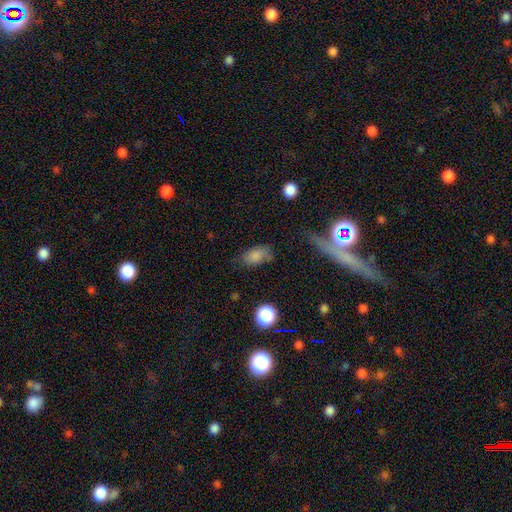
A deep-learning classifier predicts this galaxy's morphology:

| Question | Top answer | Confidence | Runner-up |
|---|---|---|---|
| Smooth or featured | smooth | 80% | star or artifact (11%) |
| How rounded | in between | 89% | round (8%) |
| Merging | none | 63% | minor disturbance (25%) |